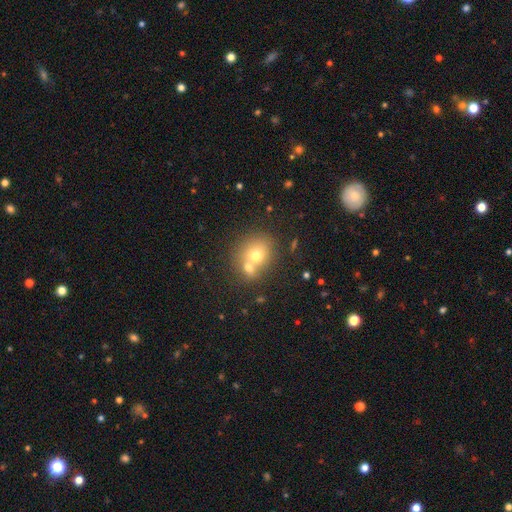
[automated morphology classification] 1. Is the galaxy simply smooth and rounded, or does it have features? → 69% smooth, 18% featured or disk, 13% star or artifact.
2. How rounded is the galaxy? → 72% round, 27% in between, 1% cigar-shaped.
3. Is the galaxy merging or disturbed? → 47% merger, 41% none, 8% minor disturbance, 3% major disturbance.